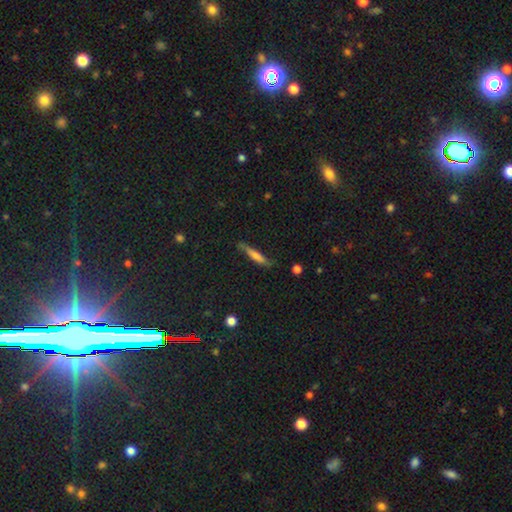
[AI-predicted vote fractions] Smooth or featured? Predicted: smooth (p=0.56). How rounded? Predicted: cigar-shaped (p=0.90). Merging? Predicted: none (p=0.70).